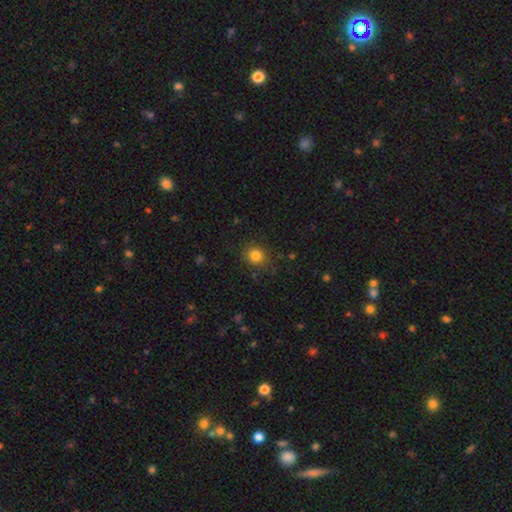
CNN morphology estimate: smooth 82%, star or artifact 12%, featured or disk 6%. Down the decision tree: how rounded — round (82%); merging — none (85%).